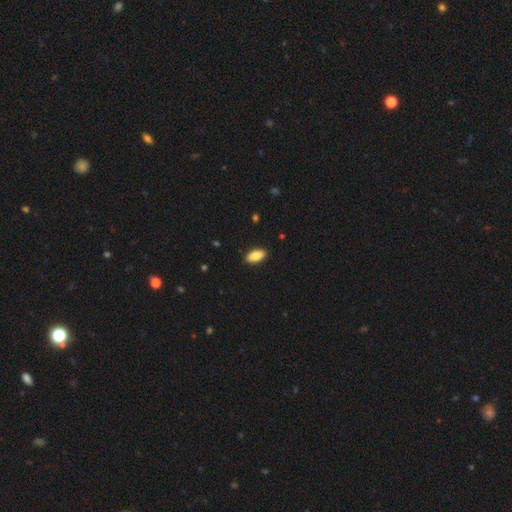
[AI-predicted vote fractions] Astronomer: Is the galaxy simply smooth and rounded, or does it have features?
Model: smooth — 86%.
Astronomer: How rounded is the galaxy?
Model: in between — 91%.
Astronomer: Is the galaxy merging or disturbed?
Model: none — 89%.